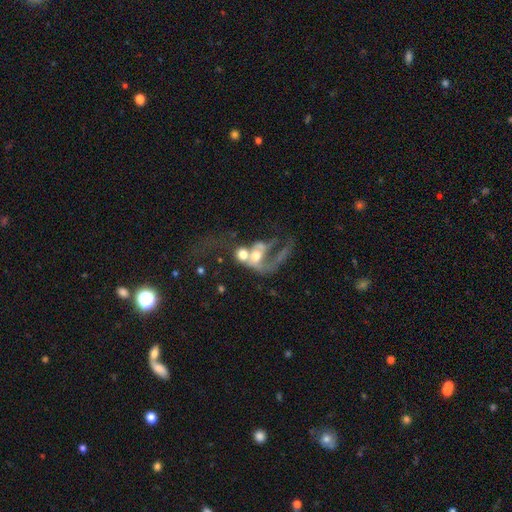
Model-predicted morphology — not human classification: This is likely a featured or disk galaxy (70%). It is clearly not viewed edge-on (96%). Bar: likely no (65%). Spiral arm pattern: likely yes (70%). Central bulge: possibly moderate (55%). Merging: likely merger (63%).